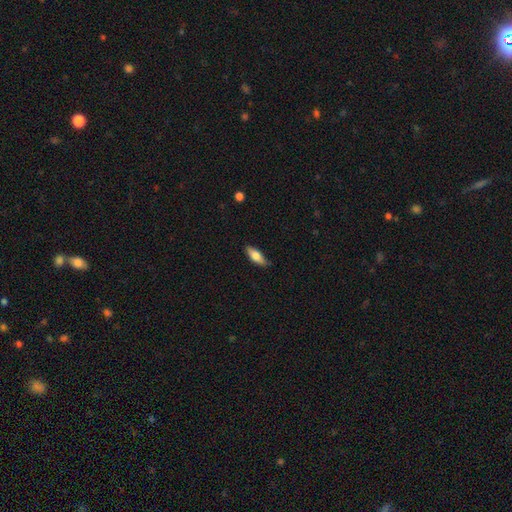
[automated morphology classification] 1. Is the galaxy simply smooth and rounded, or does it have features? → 72% smooth, 22% featured or disk, 6% star or artifact.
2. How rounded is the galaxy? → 69% in between, 29% cigar-shaped, 2% round.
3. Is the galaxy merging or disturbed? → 81% none, 16% minor disturbance, 2% major disturbance, 1% merger.